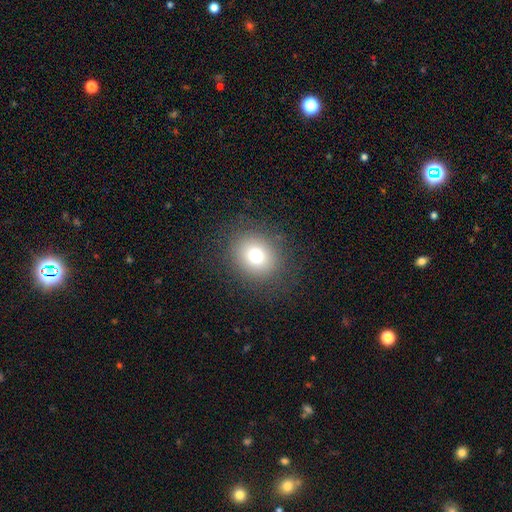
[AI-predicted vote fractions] This appears to be a smooth galaxy with no disk features (74%) that is round (73%). Merging: none (84%).